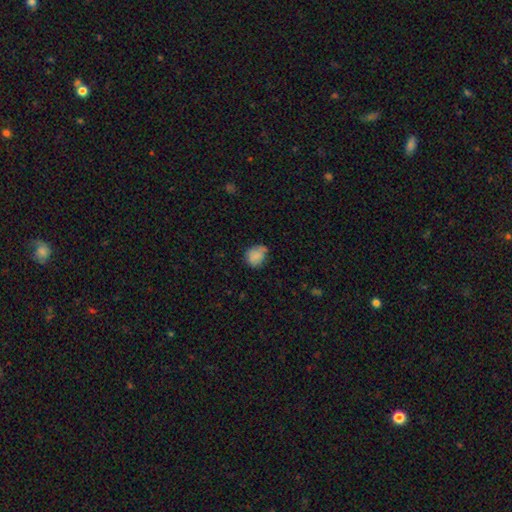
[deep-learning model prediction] A smooth galaxy with no disk features (81%) that is round (56%).

Vote fractions:
- Smooth or featured? smooth: 81% / star or artifact: 10% / featured or disk: 9%
- How rounded? round: 56% / in between: 43% / cigar-shaped: 1%
- Merging? none: 49% / minor disturbance: 37% / major disturbance: 9% / merger: 4%